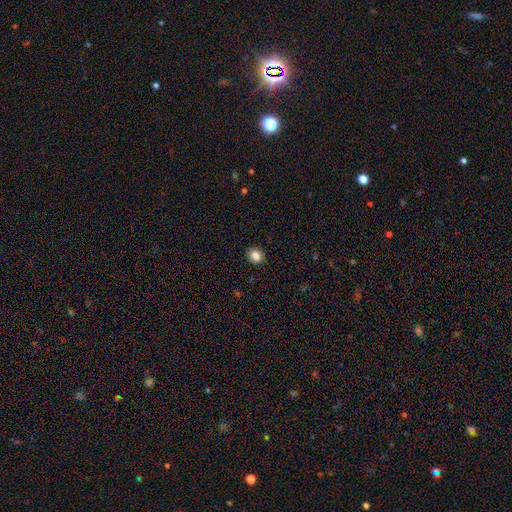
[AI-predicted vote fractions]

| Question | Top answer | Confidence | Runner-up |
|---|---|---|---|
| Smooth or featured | smooth | 83% | star or artifact (10%) |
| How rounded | round | 71% | in between (28%) |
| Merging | none | 90% | minor disturbance (7%) |